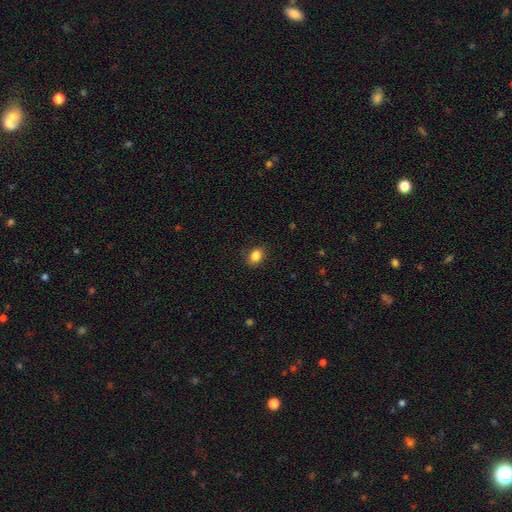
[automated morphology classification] Q: Smooth or featured?
A: smooth (86%); runner-up: star or artifact (9%)
Q: How rounded?
A: in between (65%); runner-up: round (34%)
Q: Merging?
A: none (86%); runner-up: minor disturbance (11%)